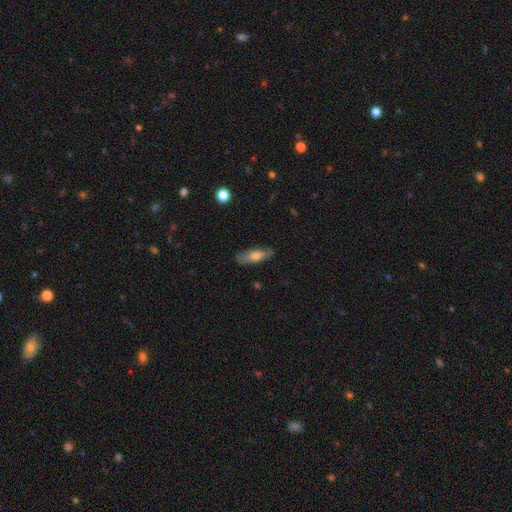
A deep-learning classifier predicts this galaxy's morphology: smooth-or-featured: smooth: 64% | featured or disk: 30% | star or artifact: 7%
  how-rounded: in between: 54% | cigar-shaped: 43% | round: 3%
  merging: none: 79% | minor disturbance: 17% | major disturbance: 3% | merger: 1%